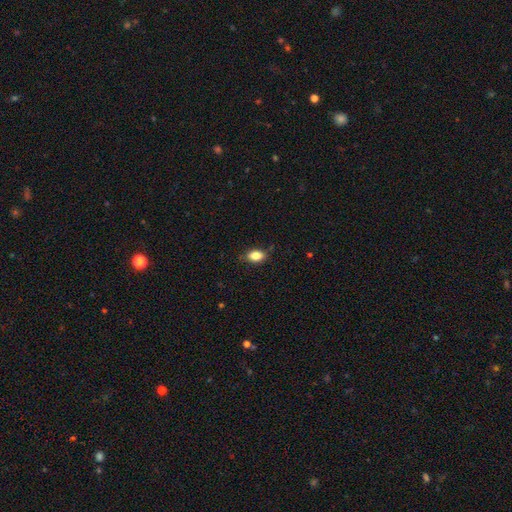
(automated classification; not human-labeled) Q: Smooth or featured?
A: smooth (84%); runner-up: star or artifact (8%)
Q: How rounded?
A: in between (87%); runner-up: round (9%)
Q: Merging?
A: none (81%); runner-up: minor disturbance (15%)